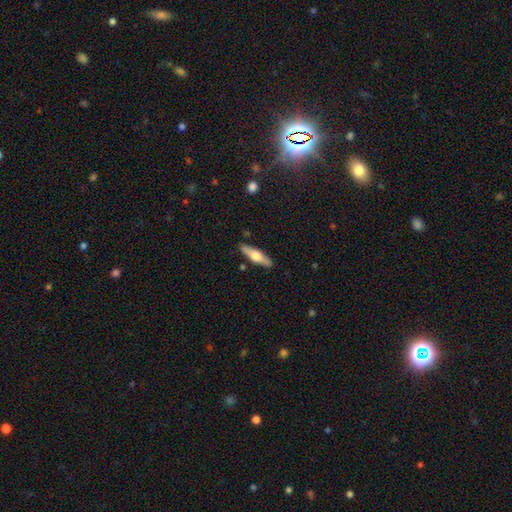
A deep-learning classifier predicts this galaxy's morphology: Overall: smooth (48%; featured or disk 47%). Merging: none (88%).